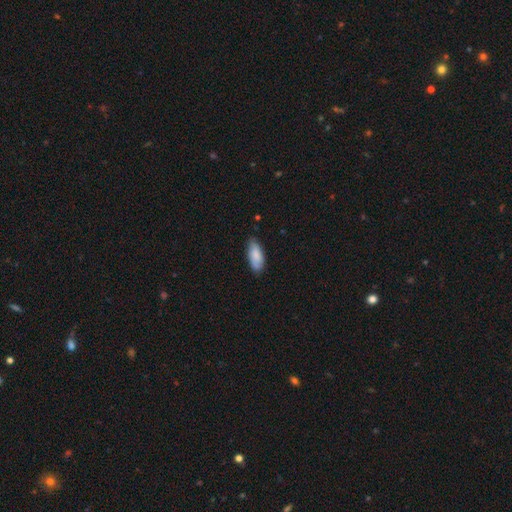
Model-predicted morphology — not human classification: A smooth galaxy with no disk features (82%) that is in between round and cigar-shaped (83%). Merging: none (75%).